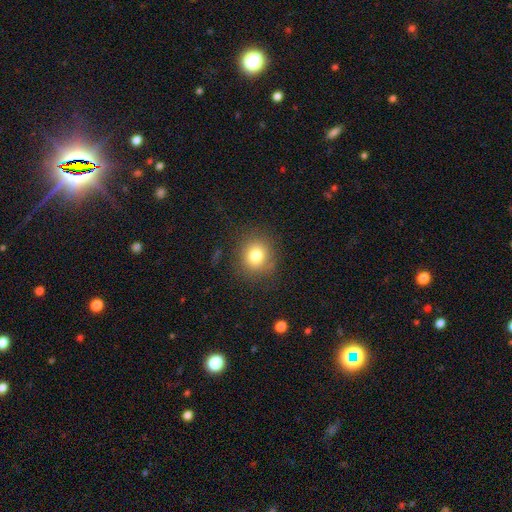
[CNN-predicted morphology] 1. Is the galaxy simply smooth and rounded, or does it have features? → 78% smooth, 12% star or artifact, 10% featured or disk.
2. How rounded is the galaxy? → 87% round, 13% in between, 1% cigar-shaped.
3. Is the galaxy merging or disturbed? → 84% none, 10% minor disturbance, 4% major disturbance, 1% merger.